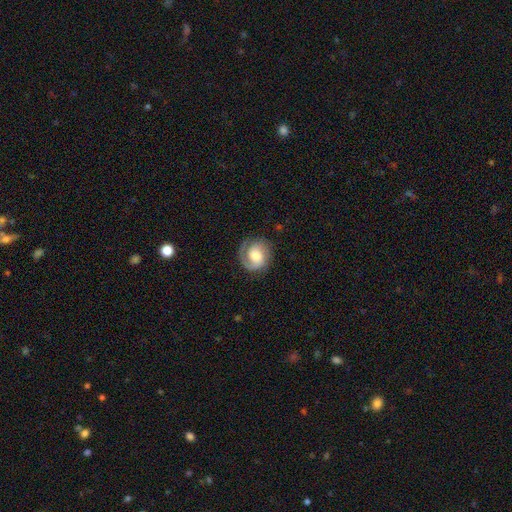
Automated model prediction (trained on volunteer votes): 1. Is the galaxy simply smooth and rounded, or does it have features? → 71% featured or disk, 23% smooth, 6% star or artifact.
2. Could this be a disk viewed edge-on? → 98% no, 2% yes.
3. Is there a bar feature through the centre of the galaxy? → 56% no, 36% weak, 8% strong.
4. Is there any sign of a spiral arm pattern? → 94% yes, 6% no.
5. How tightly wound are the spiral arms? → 48% tight, 37% medium, 14% loose.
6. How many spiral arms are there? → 49% 2, 41% 1, 6% can't tell, 2% 3, 1% 4, 1% more than 4.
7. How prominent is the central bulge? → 48% moderate, 27% large, 17% small, 5% none, 3% dominant.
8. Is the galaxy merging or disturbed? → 76% none, 15% minor disturbance, 8% major disturbance, 1% merger.